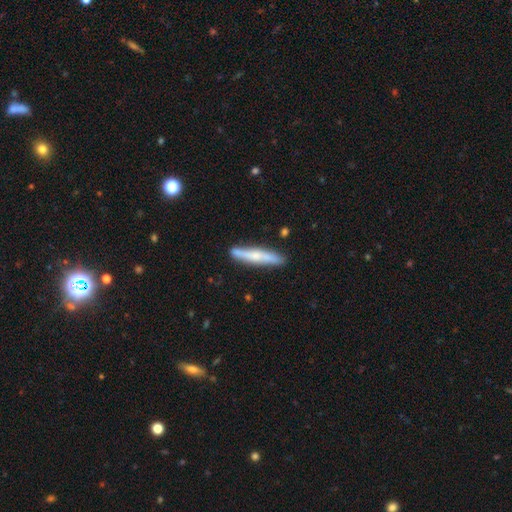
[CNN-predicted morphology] type=smooth (53%); roundness=cigar-shaped (92%); merging=none (84%).